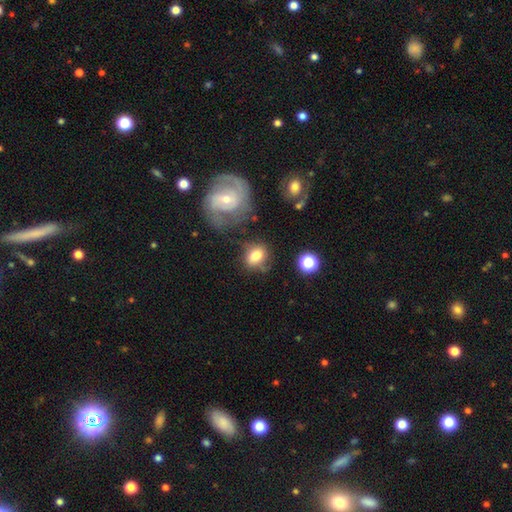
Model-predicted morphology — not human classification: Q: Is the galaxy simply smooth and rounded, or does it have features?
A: smooth — 70%.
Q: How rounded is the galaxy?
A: in between — 62%.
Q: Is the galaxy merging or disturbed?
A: none — 52%.